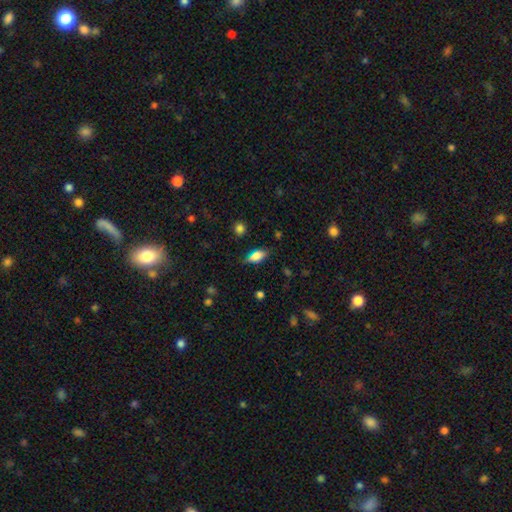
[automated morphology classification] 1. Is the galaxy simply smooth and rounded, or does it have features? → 73% smooth, 16% featured or disk, 11% star or artifact.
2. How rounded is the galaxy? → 80% in between, 14% cigar-shaped, 6% round.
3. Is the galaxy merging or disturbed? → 75% none, 18% minor disturbance, 5% major disturbance, 2% merger.